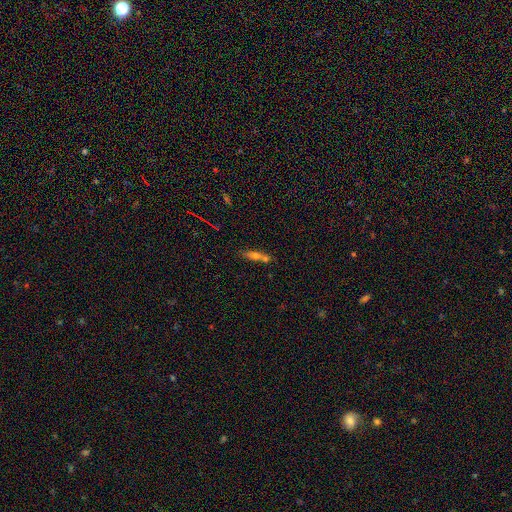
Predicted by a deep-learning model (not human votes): Smooth or featured: smooth — 52% (featured or disk — 34%)
How rounded: cigar-shaped — 63% (in between — 32%)
Merging: none — 49% (merger — 33%)